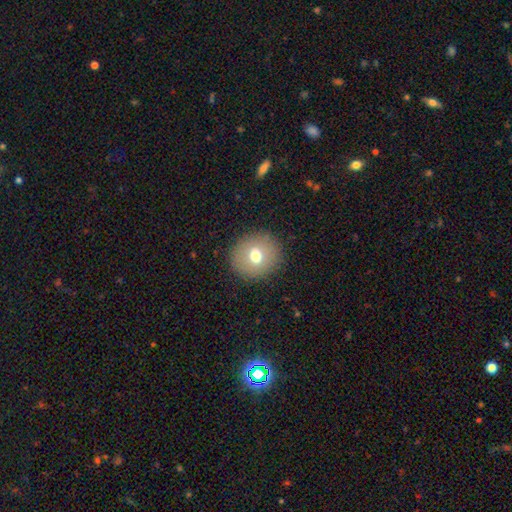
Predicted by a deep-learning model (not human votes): Smooth or featured? Predicted: smooth (p=0.70). How rounded? Predicted: round (p=0.85). Merging? Predicted: none (p=0.89).